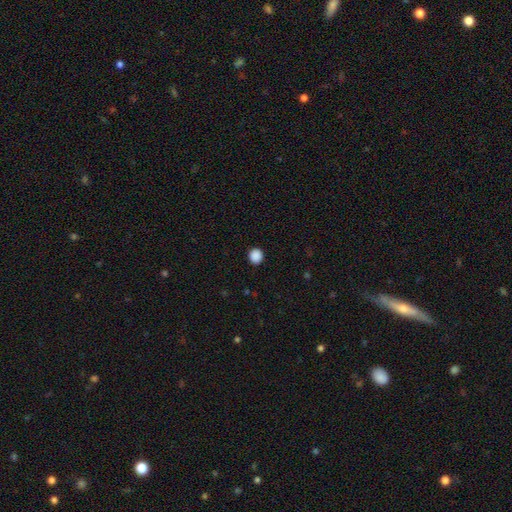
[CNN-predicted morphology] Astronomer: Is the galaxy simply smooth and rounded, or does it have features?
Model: smooth — 88%.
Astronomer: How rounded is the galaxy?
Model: round — 86%.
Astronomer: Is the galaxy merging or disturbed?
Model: none — 92%.